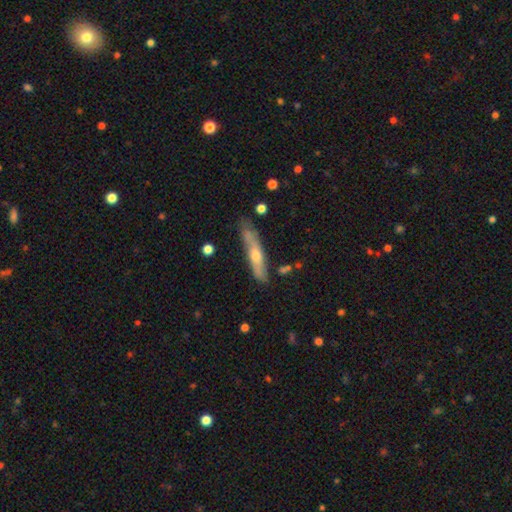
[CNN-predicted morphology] A featured or disk galaxy (57%) viewed edge-on (79%).

Vote fractions:
- Smooth or featured? featured or disk: 57% / smooth: 36% / star or artifact: 7%
- Edge-on disk? yes: 79% / no: 21%
- Merging? none: 74% / minor disturbance: 18% / major disturbance: 4% / merger: 3%